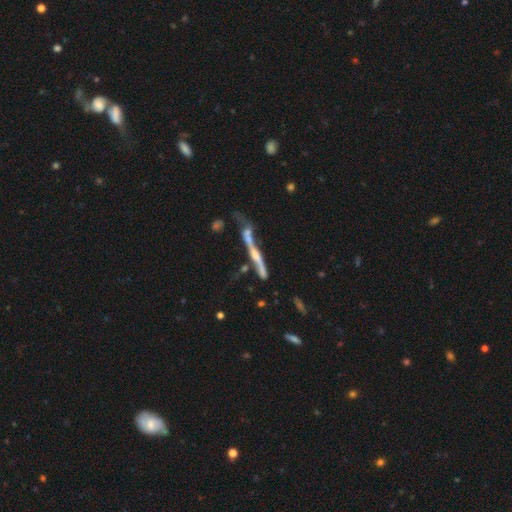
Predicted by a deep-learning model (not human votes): smooth_or_featured: featured or disk (p=0.70) [alt: smooth p=0.18]
disk_edge_on: yes (p=0.86) [alt: no p=0.14]
edge_on_bulge: rounded (p=0.66) [alt: none p=0.24]
merging: none (p=0.42) [alt: merger p=0.27]